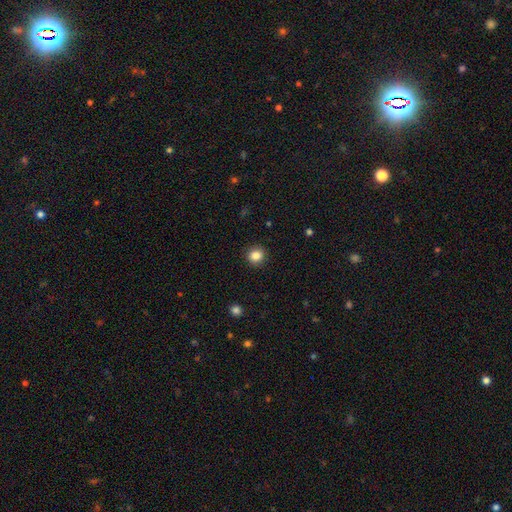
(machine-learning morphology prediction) Smooth or featured: smooth — 85% (star or artifact — 10%)
How rounded: round — 88% (in between — 11%)
Merging: none — 91% (minor disturbance — 6%)